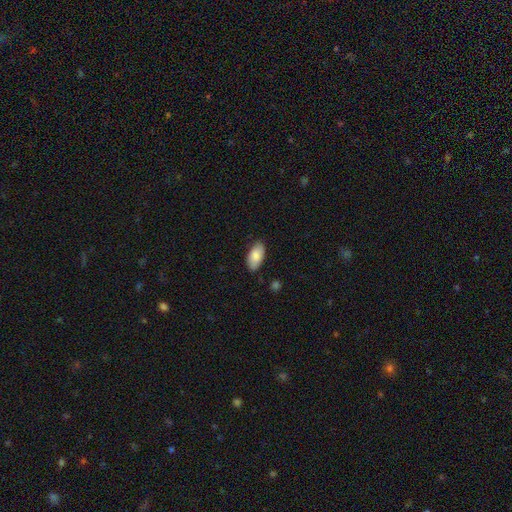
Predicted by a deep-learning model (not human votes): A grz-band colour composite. It shows a smooth galaxy with no disk features (85%) that is in between round and cigar-shaped (94%). Merging: none (84%).